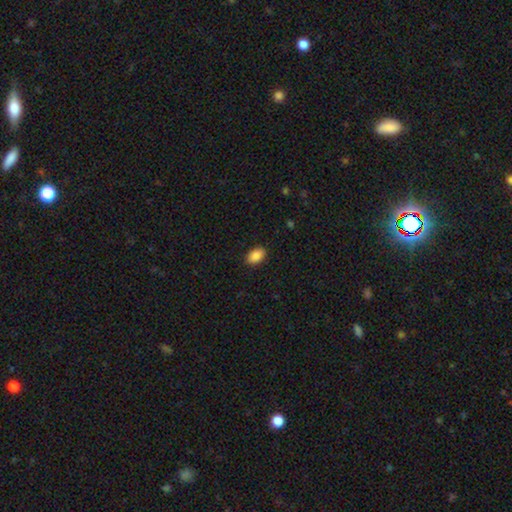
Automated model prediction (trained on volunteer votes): Morphology: type=smooth (88%); roundness=in between (89%); merging=none (89%).